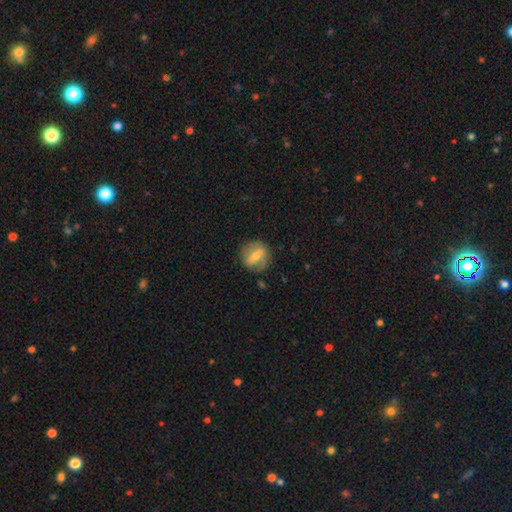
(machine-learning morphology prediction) Smooth or featured? smooth (51%)
How rounded? round (69%)
Merging? none (79%)